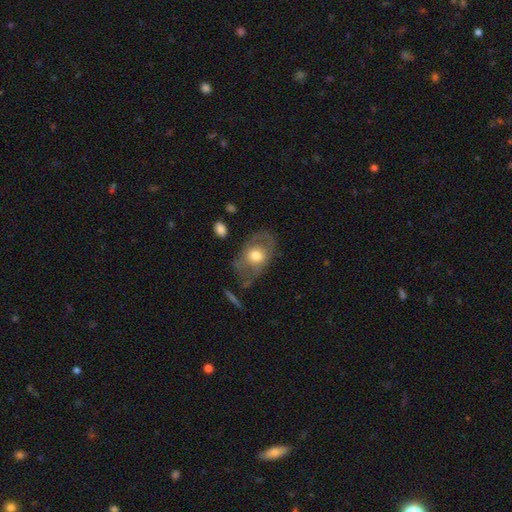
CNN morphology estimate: A smooth galaxy with no disk features (48%). Merging: none (63%).